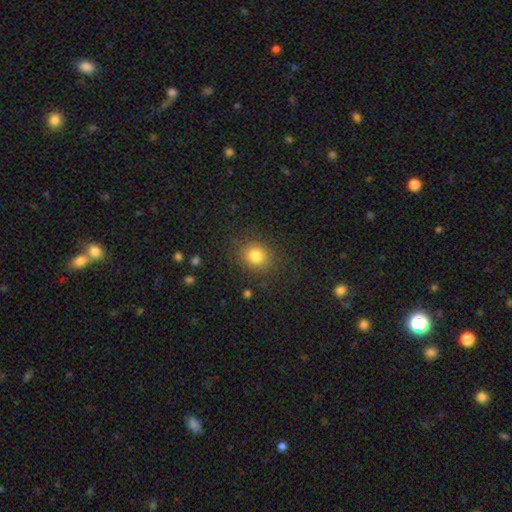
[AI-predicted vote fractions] Smooth or featured: smooth — 81% (star or artifact — 12%)
How rounded: round — 78% (in between — 21%)
Merging: none — 85% (minor disturbance — 10%)